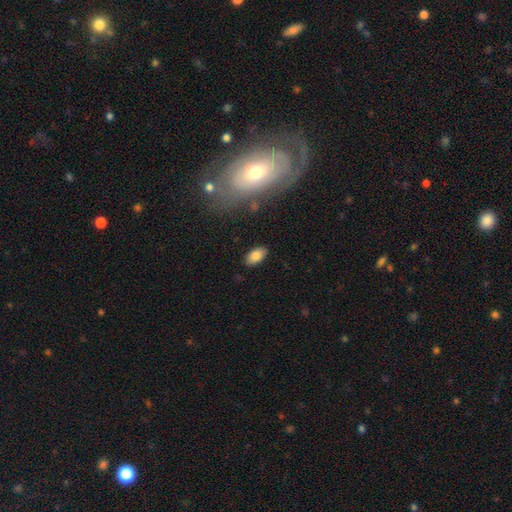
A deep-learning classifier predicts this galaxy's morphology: This is clearly a smooth galaxy (84%). How rounded: clearly in between (94%). Merging: clearly none (86%).